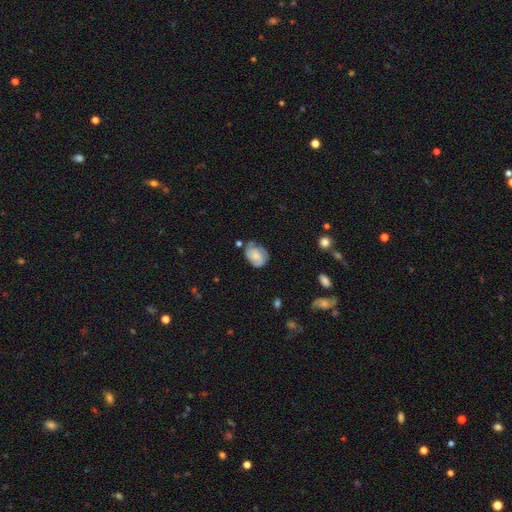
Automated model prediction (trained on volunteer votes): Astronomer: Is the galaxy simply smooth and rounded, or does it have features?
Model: featured or disk — 48% (runner-up: smooth, 44%).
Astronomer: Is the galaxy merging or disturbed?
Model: none — 55%.